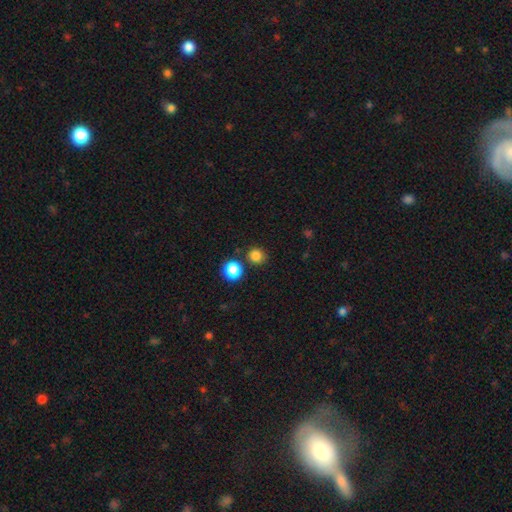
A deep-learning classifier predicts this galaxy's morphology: This appears to be a smooth galaxy with no disk features (82%) that is round (90%). Merging: none (83%).